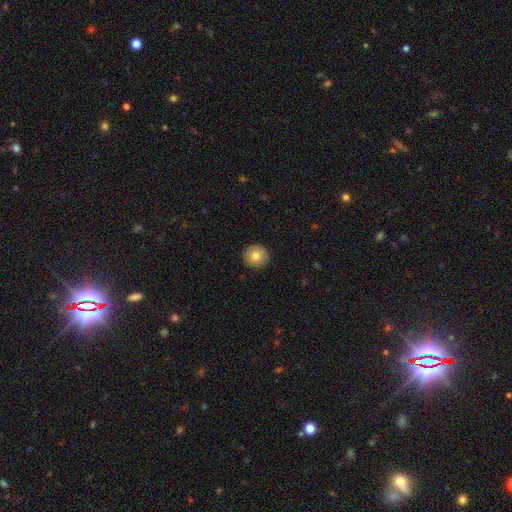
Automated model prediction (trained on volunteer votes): Overall: smooth (80%). How rounded: round (94%). Merging: none (91%).